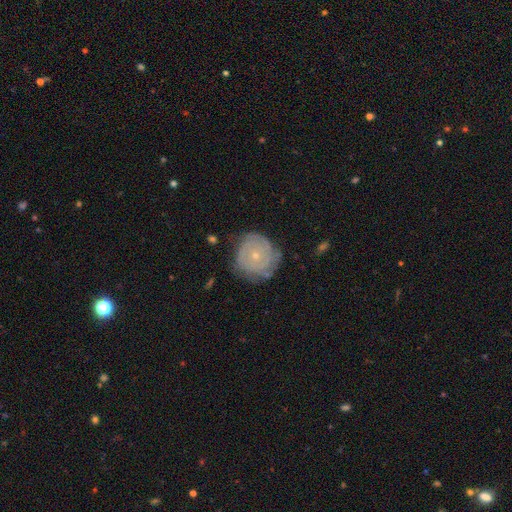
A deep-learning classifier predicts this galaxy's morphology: This appears to be a featured or disk galaxy (72%) with no bar (86%), tight (80%) spiral arms (87%) and a small central bulge (76%). Merging: none (71%).